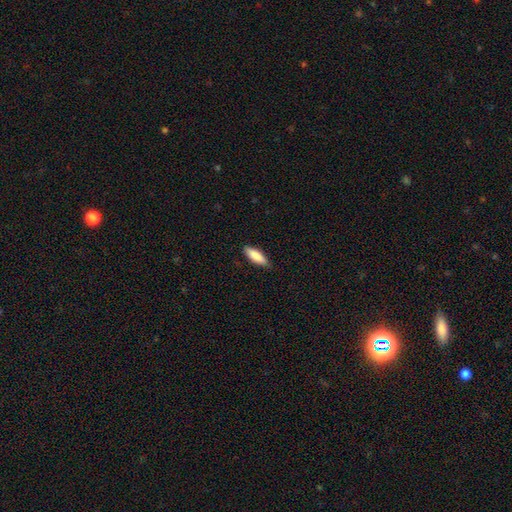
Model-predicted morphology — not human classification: This appears to be a smooth galaxy with no disk features (85%) that is in between round and cigar-shaped (51%). Merging: none (86%).